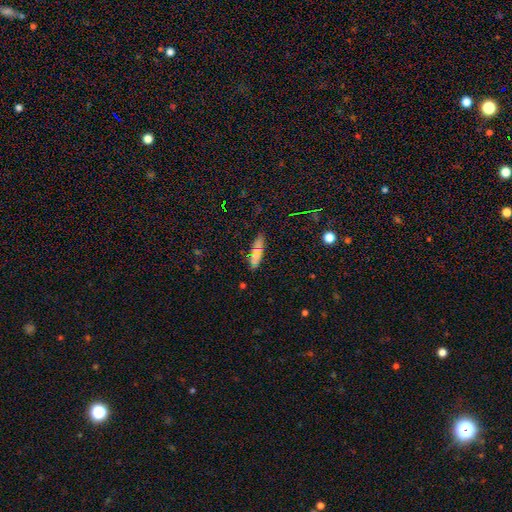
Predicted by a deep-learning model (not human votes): Smooth or featured? smooth (66%)
How rounded? in between (59%)
Merging? none (83%)